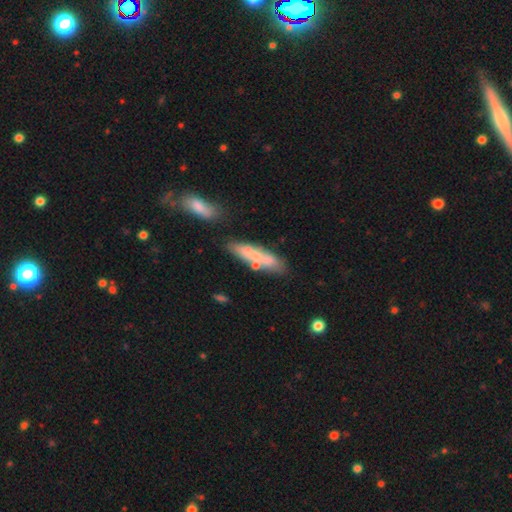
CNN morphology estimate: The model was most divided on "smooth or featured": smooth: 58%, featured or disk: 34%, star or artifact: 8%. More confident: how rounded — cigar-shaped (72%); merging — none (58%).